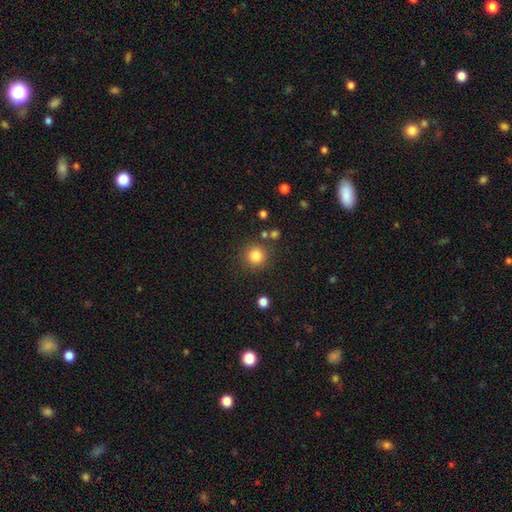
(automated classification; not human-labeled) smooth 83%, star or artifact 12%, featured or disk 5%. Down the decision tree: how rounded — round (93%); merging — none (85%).